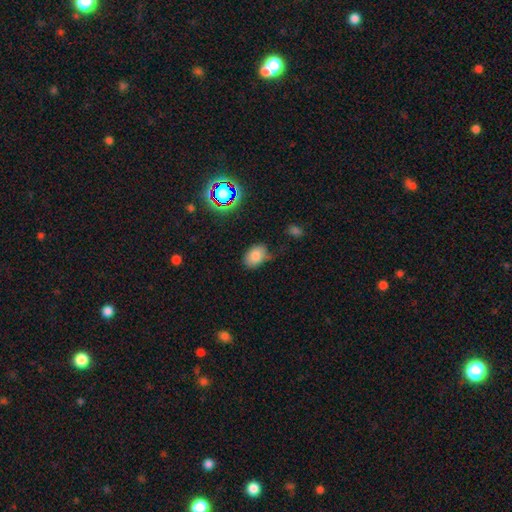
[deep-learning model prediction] smooth 79%, star or artifact 13%, featured or disk 8%. Down the decision tree: how rounded — in between (80%); merging — none (56%).